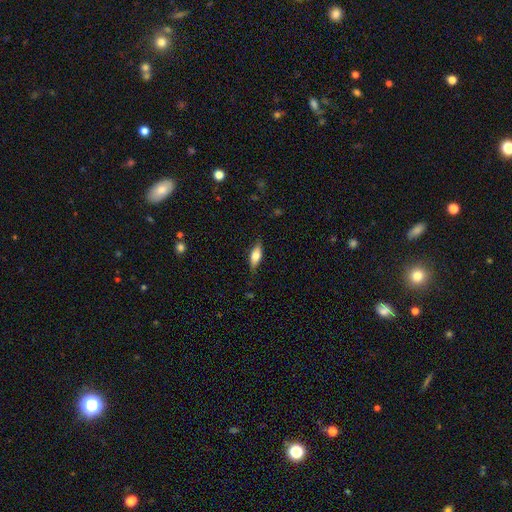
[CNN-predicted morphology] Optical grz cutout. It shows a smooth galaxy with no disk features (63%) that is in between round and cigar-shaped (73%). Merging: none (80%).